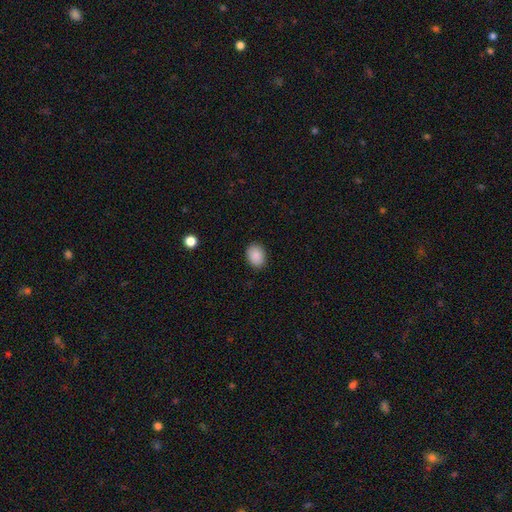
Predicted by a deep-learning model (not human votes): Morphology: type=smooth (89%); roundness=in between (68%); merging=none (88%).